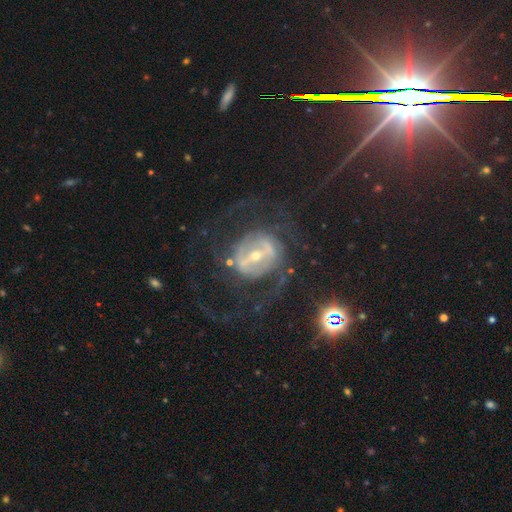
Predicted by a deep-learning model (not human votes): Morphology: type=featured or disk (82%); edge-on=no (96%); bar=strong (53%); spiral arms=yes (77%); winding=medium (45%); arm count=2 (61%); bulge=small (53%); merging=none (63%).